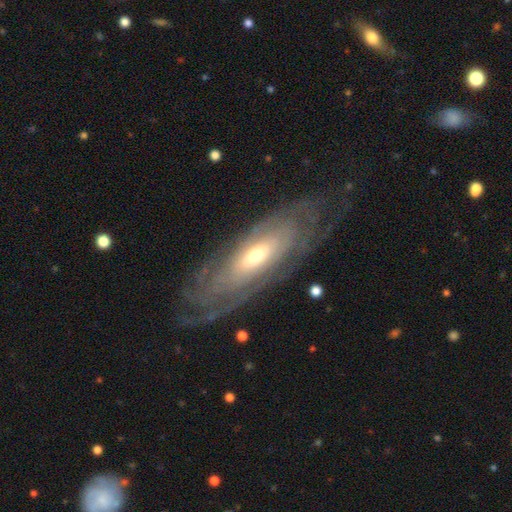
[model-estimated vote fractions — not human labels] Overall: featured or disk (81%). Edge-on disk: no (83%). Bar: no (66%). Spiral arms: yes (86%). Spiral arm count: can't tell (62%). Spiral winding: tight (75%). Bulge size: moderate (50%; small 41%). Merging: none (75%).